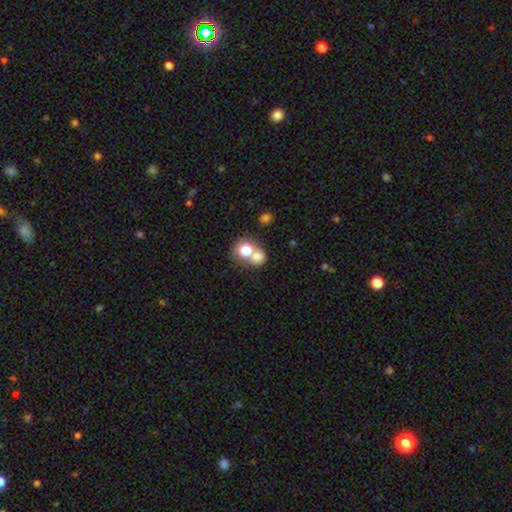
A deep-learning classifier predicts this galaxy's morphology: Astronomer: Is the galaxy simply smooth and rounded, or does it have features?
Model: smooth — 72%.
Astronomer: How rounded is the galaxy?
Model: round — 72%.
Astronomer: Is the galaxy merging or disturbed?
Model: merger — 57%.